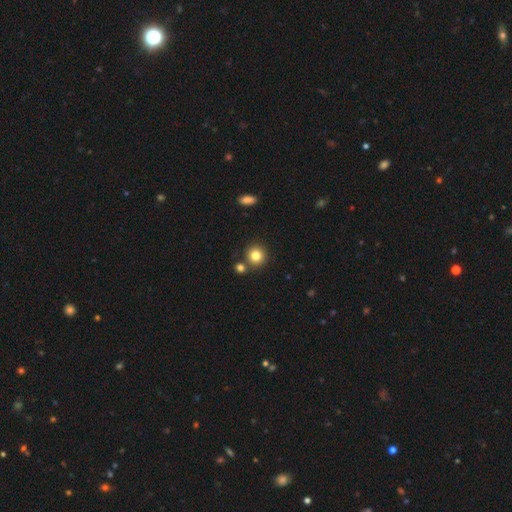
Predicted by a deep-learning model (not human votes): Overall: smooth (82%). How rounded: round (91%). Merging: none (79%).